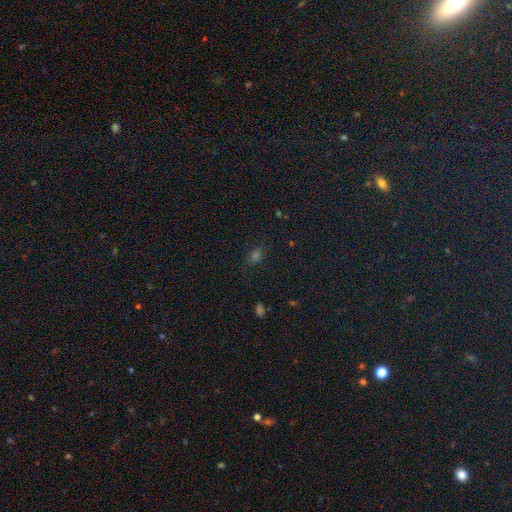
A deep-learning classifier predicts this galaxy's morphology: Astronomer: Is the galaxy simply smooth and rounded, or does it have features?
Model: smooth — 57% (runner-up: star or artifact, 36%).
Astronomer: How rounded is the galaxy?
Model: in between — 60% (runner-up: round, 37%).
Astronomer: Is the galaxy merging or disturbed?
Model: none — 79%.